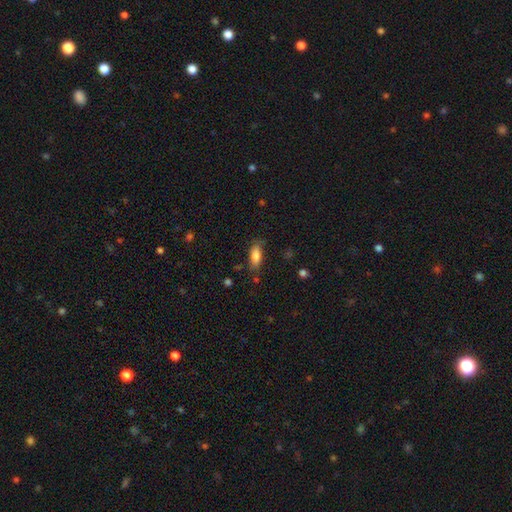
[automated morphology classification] Overall: smooth (82%). How rounded: in between (76%). Merging: none (73%).